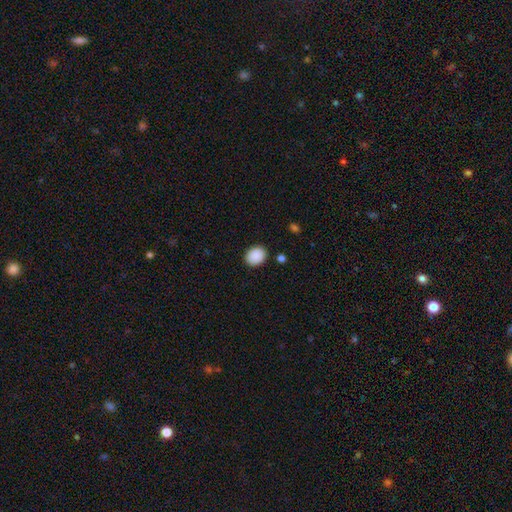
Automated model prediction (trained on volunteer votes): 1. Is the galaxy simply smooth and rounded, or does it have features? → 90% smooth, 8% star or artifact, 3% featured or disk.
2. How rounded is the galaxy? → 51% round, 48% in between, 1% cigar-shaped.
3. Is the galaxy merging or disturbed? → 88% none, 8% minor disturbance, 2% major disturbance, 2% merger.